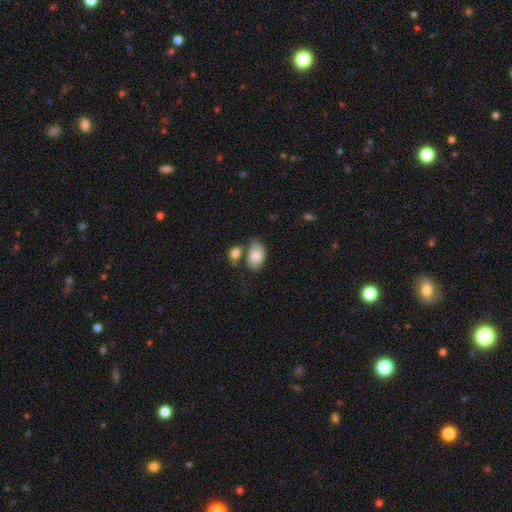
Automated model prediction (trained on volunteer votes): A smooth galaxy with no disk features (82%) that is in between round and cigar-shaped (90%). Merging: none (49%).